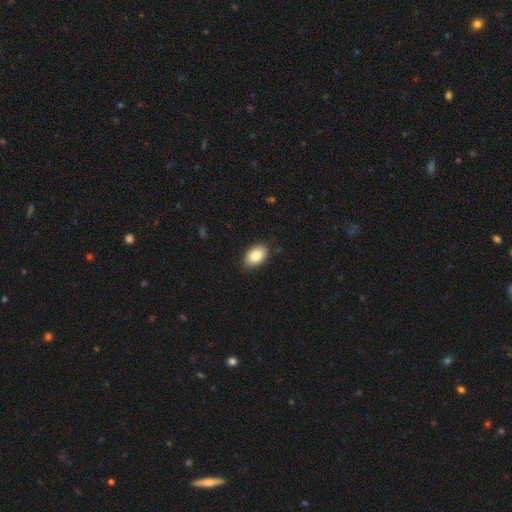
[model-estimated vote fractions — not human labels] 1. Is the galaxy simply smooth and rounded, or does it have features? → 84% smooth, 8% featured or disk, 7% star or artifact.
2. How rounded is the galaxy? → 92% in between, 7% round, 1% cigar-shaped.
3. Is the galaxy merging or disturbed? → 86% none, 11% minor disturbance, 2% major disturbance, 1% merger.